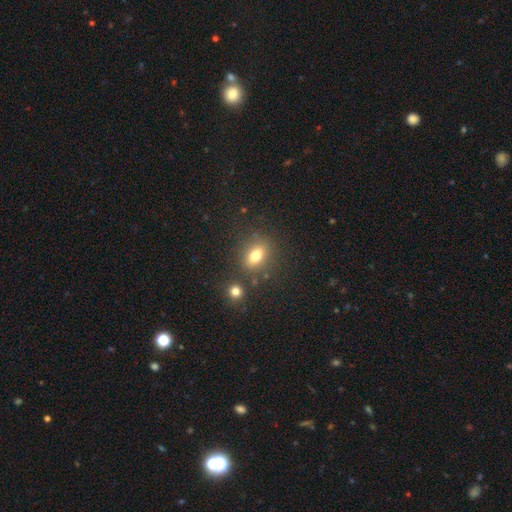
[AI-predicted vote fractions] Smooth or featured? smooth (74%)
How rounded? in between (68%)
Merging? none (77%)